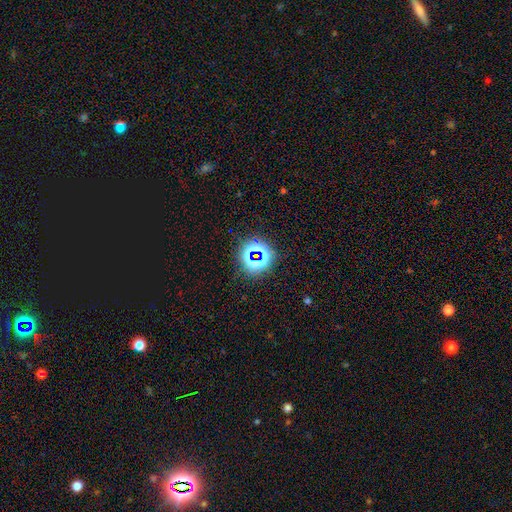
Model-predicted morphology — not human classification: Smooth or featured? Predicted: star or artifact (p=0.69).